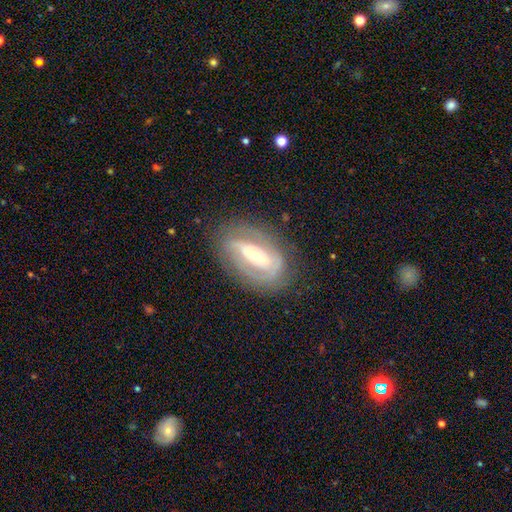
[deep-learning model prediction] Q: Smooth or featured?
A: featured or disk (77%); runner-up: smooth (17%)
Q: Edge-on disk?
A: no (91%); runner-up: yes (9%)
Q: Bar?
A: strong (39%); runner-up: no (33%)
Q: Spiral arms?
A: yes (73%); runner-up: no (27%)
Q: Spiral winding?
A: tight (55%); runner-up: medium (32%)
Q: Spiral arm count?
A: 2 (54%); runner-up: can't tell (28%)
Q: Bulge size?
A: small (49%); runner-up: moderate (45%)
Q: Merging?
A: none (73%); runner-up: minor disturbance (18%)